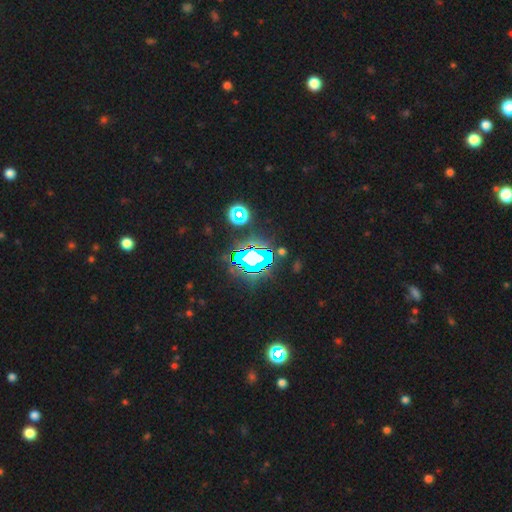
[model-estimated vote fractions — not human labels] Smooth or featured? Predicted: star or artifact (p=0.73).